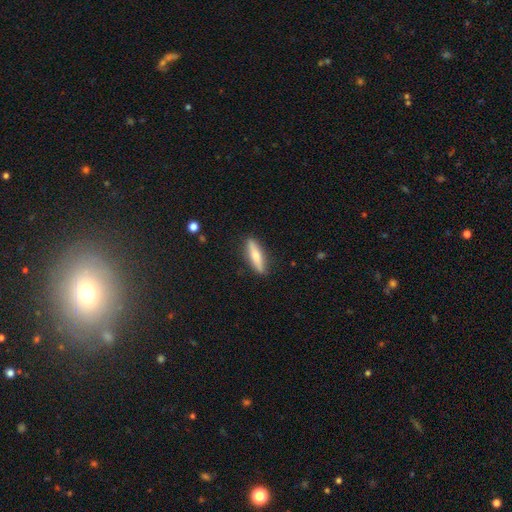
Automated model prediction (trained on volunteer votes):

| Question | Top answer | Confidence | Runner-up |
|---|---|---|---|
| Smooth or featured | smooth | 59% | featured or disk (35%) |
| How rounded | cigar-shaped | 76% | in between (22%) |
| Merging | none | 87% | minor disturbance (9%) |